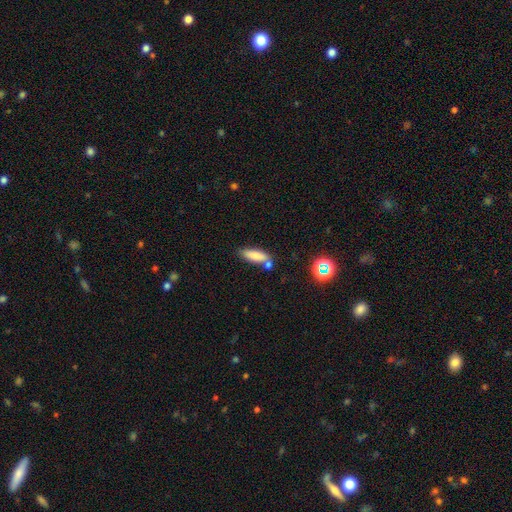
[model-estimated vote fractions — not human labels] This appears to be a smooth galaxy with no disk features (79%) that is in between round and cigar-shaped (53%). Merging: none (61%).